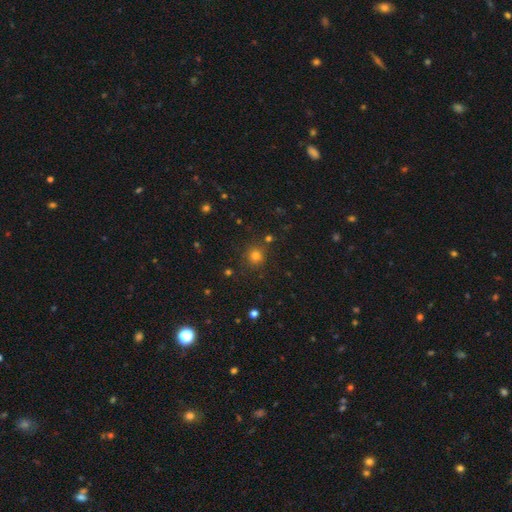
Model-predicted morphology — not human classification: A smooth galaxy with no disk features (75%) that is round (92%). Merging: none (85%).